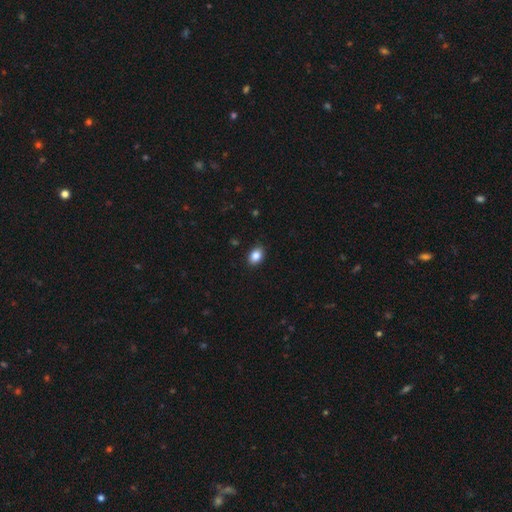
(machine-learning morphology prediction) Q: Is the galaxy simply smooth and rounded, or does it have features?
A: smooth — 86%.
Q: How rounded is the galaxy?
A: in between — 74%.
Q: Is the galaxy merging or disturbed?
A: none — 89%.